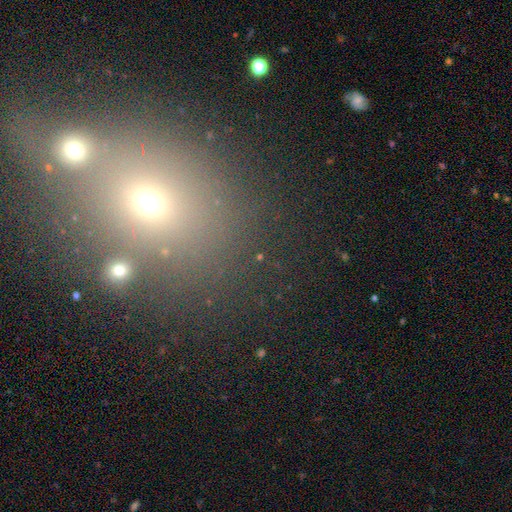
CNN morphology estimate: Smooth or featured?
  - smooth: 51% *
  - star or artifact: 34%
  - featured or disk: 15%
How rounded?
  - round: 56% *
  - in between: 42%
  - cigar-shaped: 2%
Merging?
  - none: 56% *
  - merger: 29%
  - minor disturbance: 10%
  - major disturbance: 6%